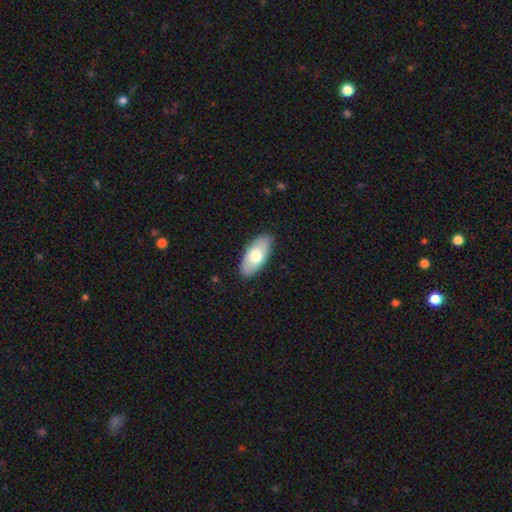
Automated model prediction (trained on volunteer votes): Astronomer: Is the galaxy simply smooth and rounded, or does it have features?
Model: smooth — 67%.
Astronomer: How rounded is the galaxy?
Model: in between — 92%.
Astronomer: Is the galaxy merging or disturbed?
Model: none — 87%.